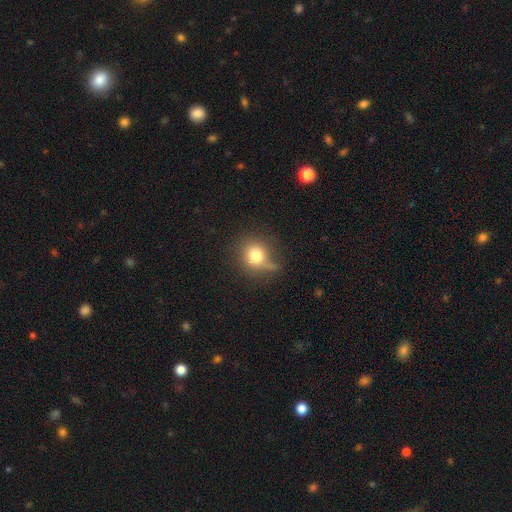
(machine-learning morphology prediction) Smooth or featured: smooth — 76% (star or artifact — 12%)
How rounded: round — 83% (in between — 15%)
Merging: none — 57% (minor disturbance — 24%)